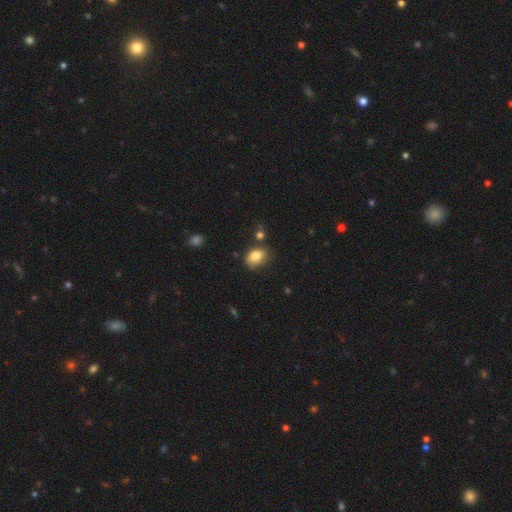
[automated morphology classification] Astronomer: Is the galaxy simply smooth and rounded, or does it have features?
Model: smooth — 82%.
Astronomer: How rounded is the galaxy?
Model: in between — 77%.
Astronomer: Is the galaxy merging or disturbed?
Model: none — 70%.